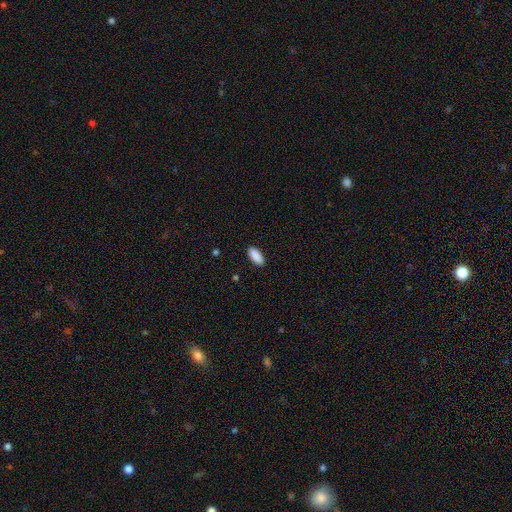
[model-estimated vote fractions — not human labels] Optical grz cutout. It shows a smooth galaxy with no disk features (90%) that is in between round and cigar-shaped (84%). Merging: none (89%).